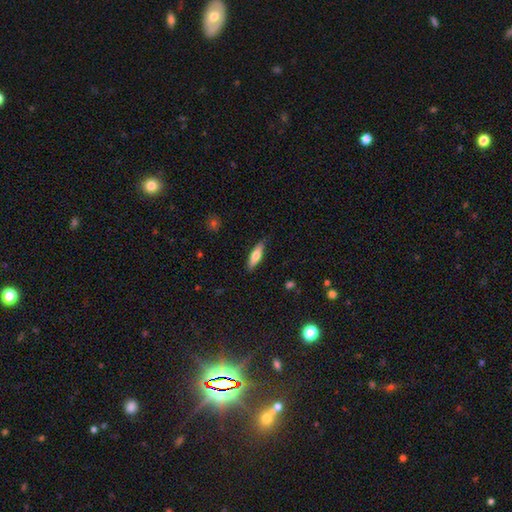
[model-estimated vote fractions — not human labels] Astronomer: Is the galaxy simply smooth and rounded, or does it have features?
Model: smooth — 63%.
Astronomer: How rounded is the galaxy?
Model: cigar-shaped — 60% (runner-up: in between, 38%).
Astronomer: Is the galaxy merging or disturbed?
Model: none — 86%.